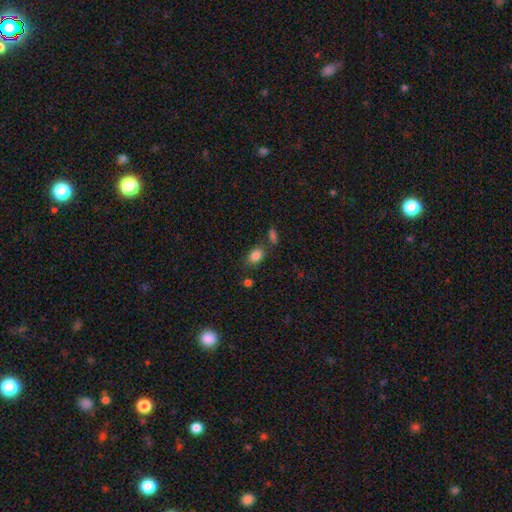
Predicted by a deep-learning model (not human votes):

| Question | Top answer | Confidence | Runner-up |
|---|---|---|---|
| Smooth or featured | smooth | 84% | star or artifact (9%) |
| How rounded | in between | 75% | round (24%) |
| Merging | none | 73% | minor disturbance (14%) |